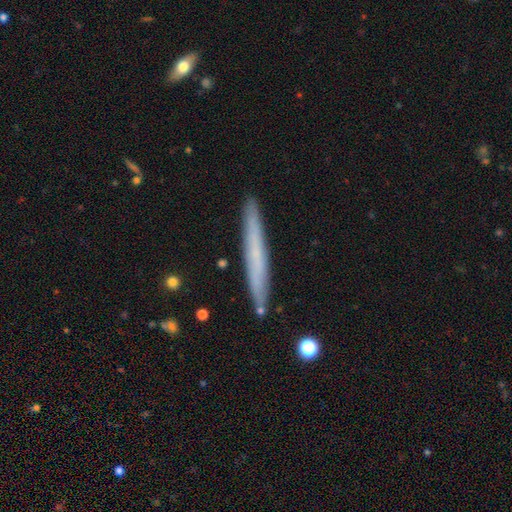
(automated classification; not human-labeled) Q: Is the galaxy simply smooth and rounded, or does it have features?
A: smooth — 52%.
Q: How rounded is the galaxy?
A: cigar-shaped — 97%.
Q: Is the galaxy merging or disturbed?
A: none — 90%.